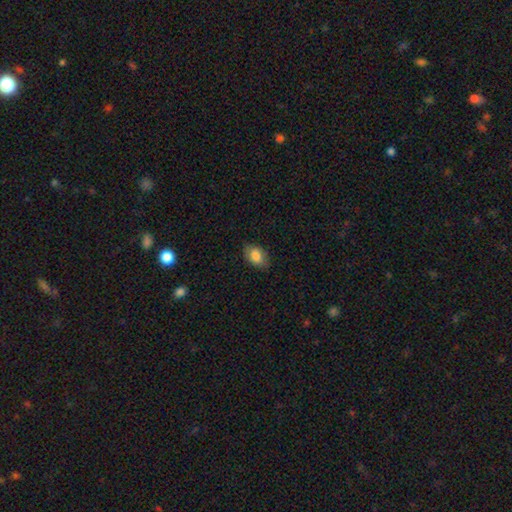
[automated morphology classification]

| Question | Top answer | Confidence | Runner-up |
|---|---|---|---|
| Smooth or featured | smooth | 82% | featured or disk (11%) |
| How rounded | in between | 87% | round (12%) |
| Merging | none | 80% | minor disturbance (16%) |